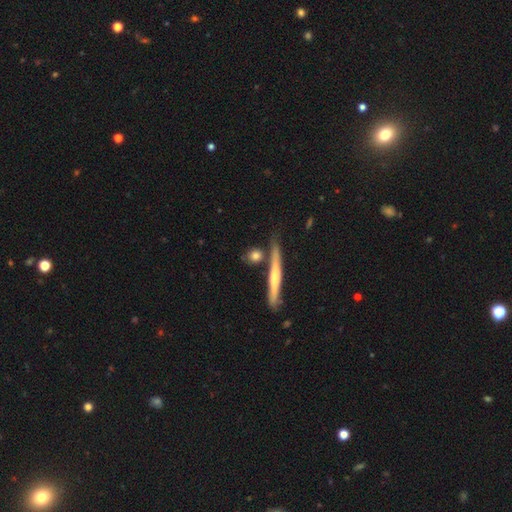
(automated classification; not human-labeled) A smooth galaxy with no disk features (71%) that is round (54%).

Vote fractions:
- Smooth or featured? smooth: 71% / featured or disk: 22% / star or artifact: 7%
- How rounded? round: 54% / cigar-shaped: 28% / in between: 18%
- Merging? none: 71% / merger: 13% / minor disturbance: 13% / major disturbance: 4%